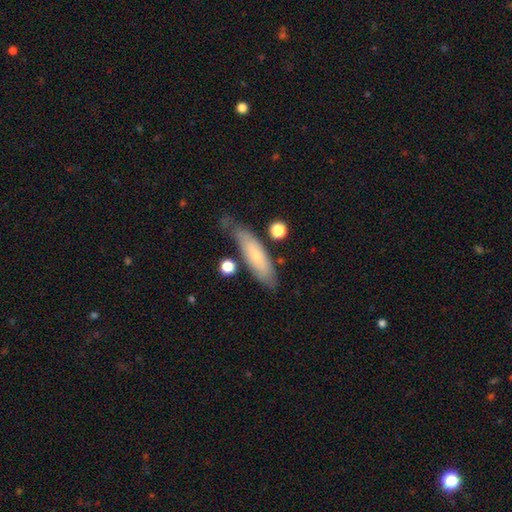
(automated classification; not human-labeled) A smooth galaxy with no disk features (53%) that is cigar-shaped (71%). Merging: none (67%).